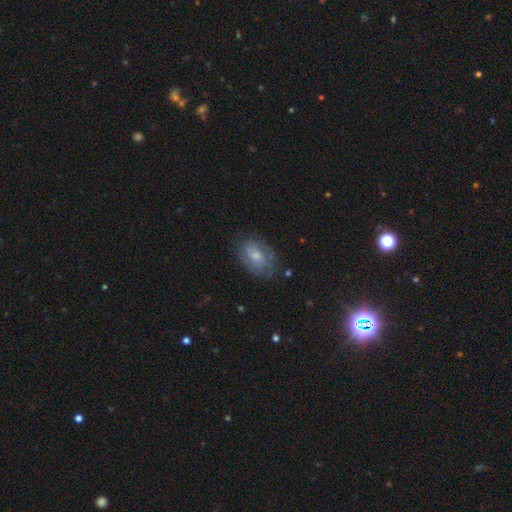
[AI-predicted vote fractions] The model was most divided on "bulge size": moderate: 47%, small: 42%, large: 5%, none: 5%, dominant: 1%. More confident: edge-on disk — no (96%); spiral arms — yes (74%); bar — no (70%); merging — none (68%); smooth or featured — featured or disk (54%).